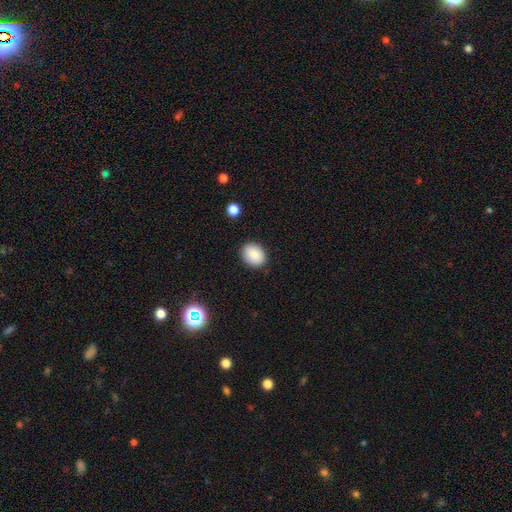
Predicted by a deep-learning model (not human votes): Smooth or featured? Predicted: smooth (p=0.88). How rounded? Predicted: in between (p=0.57). Merging? Predicted: none (p=0.88).